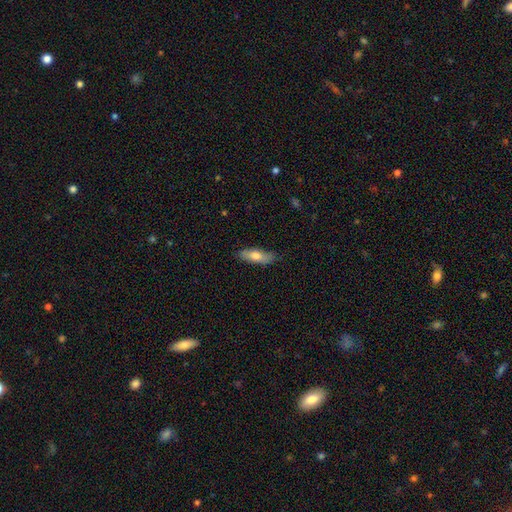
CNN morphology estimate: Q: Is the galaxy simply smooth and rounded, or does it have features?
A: smooth — 70%.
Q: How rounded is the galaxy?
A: in between — 54%.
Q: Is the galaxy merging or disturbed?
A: none — 81%.